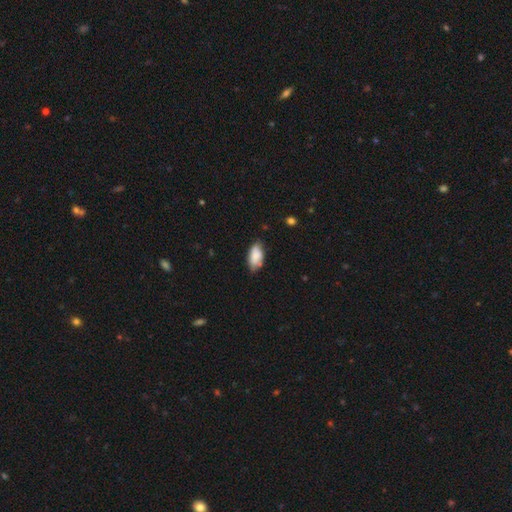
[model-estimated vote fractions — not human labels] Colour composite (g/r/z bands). It shows a smooth galaxy with no disk features (84%) that is in between round and cigar-shaped (92%). Merging: none (70%).